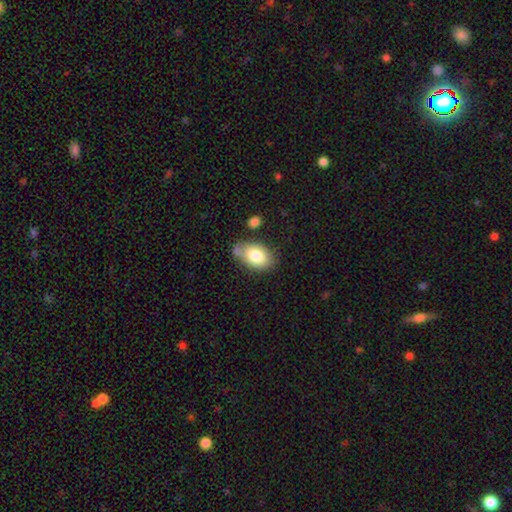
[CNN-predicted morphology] Smooth or featured? smooth (80%)
How rounded? in between (87%)
Merging? none (59%)